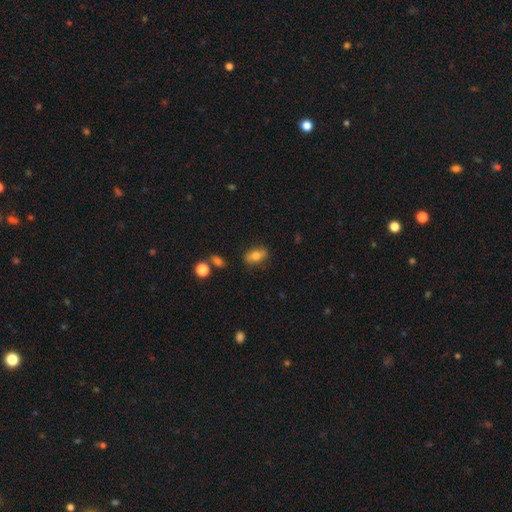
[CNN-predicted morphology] Smooth or featured: smooth — 72% (featured or disk — 19%)
How rounded: in between — 81% (round — 10%)
Merging: none — 81% (minor disturbance — 14%)